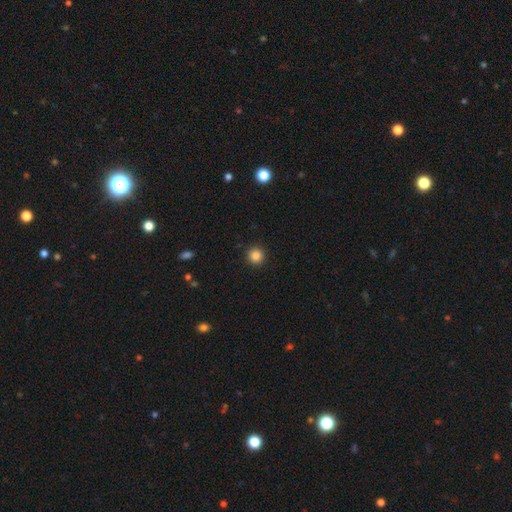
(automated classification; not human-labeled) Q: Smooth or featured?
A: smooth (85%); runner-up: star or artifact (11%)
Q: How rounded?
A: round (95%); runner-up: in between (4%)
Q: Merging?
A: none (92%); runner-up: minor disturbance (5%)